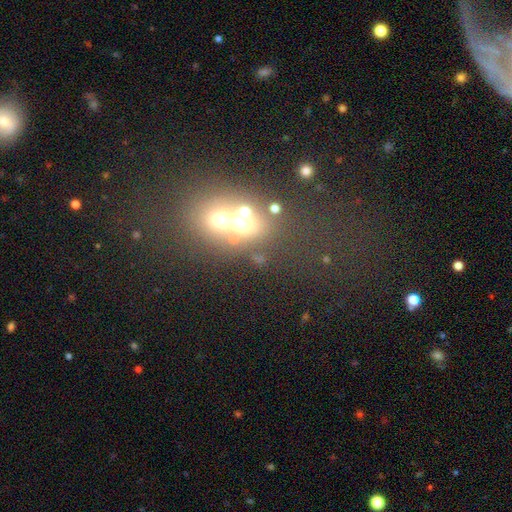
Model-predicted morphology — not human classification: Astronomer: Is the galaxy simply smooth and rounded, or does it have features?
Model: smooth — 36%, tied with star or artifact at 36%.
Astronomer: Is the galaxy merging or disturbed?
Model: merger — 47% (runner-up: none, 34%).